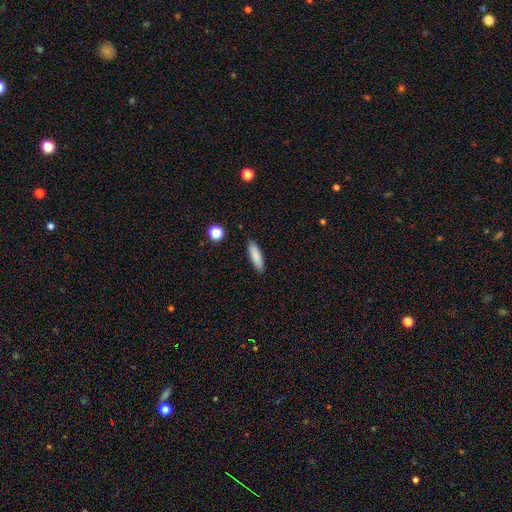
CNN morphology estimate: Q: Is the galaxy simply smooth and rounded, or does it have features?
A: smooth — 84%.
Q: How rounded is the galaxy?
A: cigar-shaped — 64%.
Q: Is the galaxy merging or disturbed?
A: none — 89%.